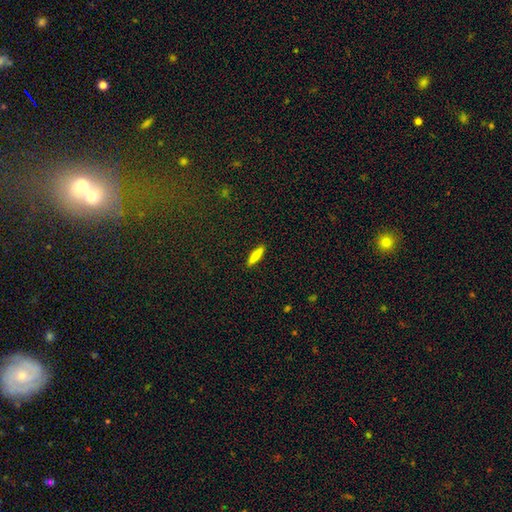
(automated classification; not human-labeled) Q: Smooth or featured?
A: smooth (69%); runner-up: featured or disk (24%)
Q: How rounded?
A: cigar-shaped (79%); runner-up: in between (19%)
Q: Merging?
A: none (90%); runner-up: minor disturbance (7%)